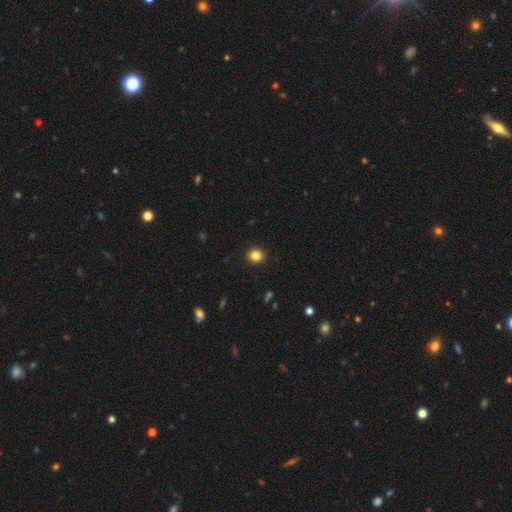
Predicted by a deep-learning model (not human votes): Overall: smooth (84%). How rounded: round (83%). Merging: none (92%).